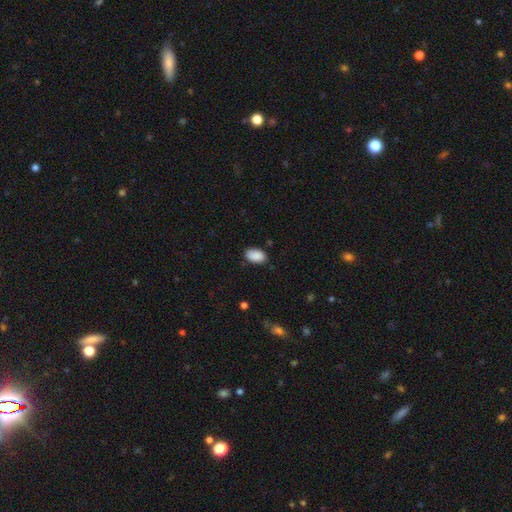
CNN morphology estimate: A smooth galaxy with no disk features (90%) that is in between round and cigar-shaped (92%). Merging: none (80%).